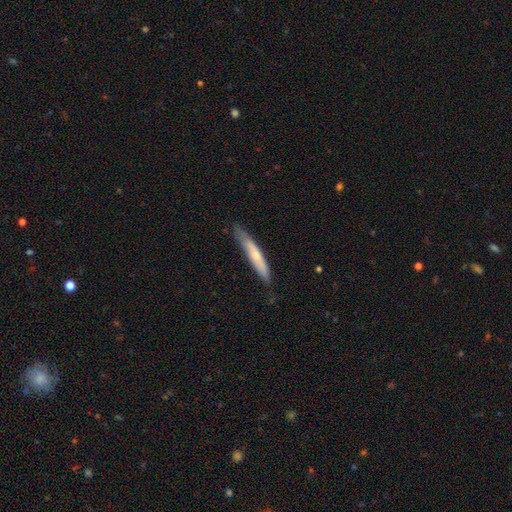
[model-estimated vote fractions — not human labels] smooth_or_featured: smooth (p=0.55) [alt: featured or disk p=0.39]
how_rounded: cigar-shaped (p=0.91) [alt: in between p=0.08]
merging: none (p=0.74) [alt: minor disturbance p=0.21]